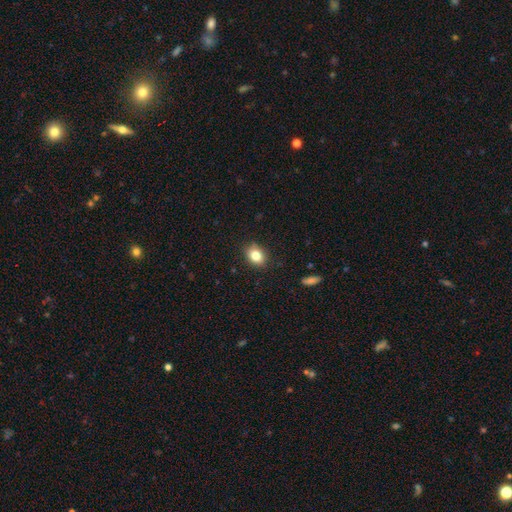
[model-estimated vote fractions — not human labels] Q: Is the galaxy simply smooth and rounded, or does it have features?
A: smooth — 83%.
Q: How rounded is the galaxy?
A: in between — 61%.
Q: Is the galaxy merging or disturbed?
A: none — 86%.